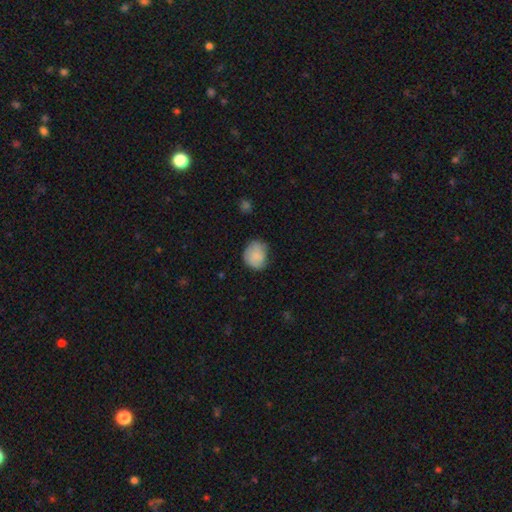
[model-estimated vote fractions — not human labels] Overall: smooth (78%). How rounded: round (66%; in between 33%). Merging: none (67%).